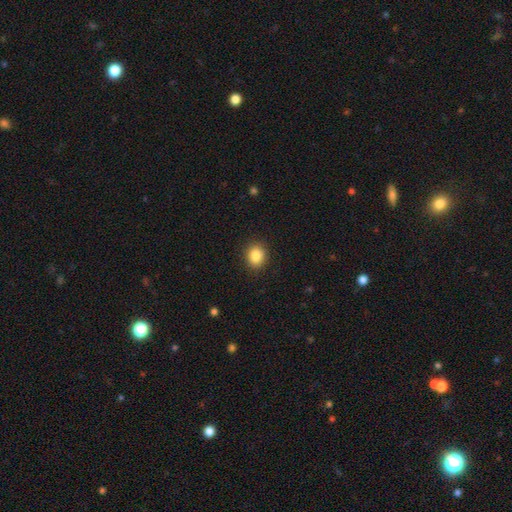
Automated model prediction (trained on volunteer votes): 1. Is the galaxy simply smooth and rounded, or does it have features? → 86% smooth, 9% star or artifact, 5% featured or disk.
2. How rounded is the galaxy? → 64% round, 35% in between, 1% cigar-shaped.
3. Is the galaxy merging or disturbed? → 89% none, 8% minor disturbance, 2% major disturbance, 1% merger.